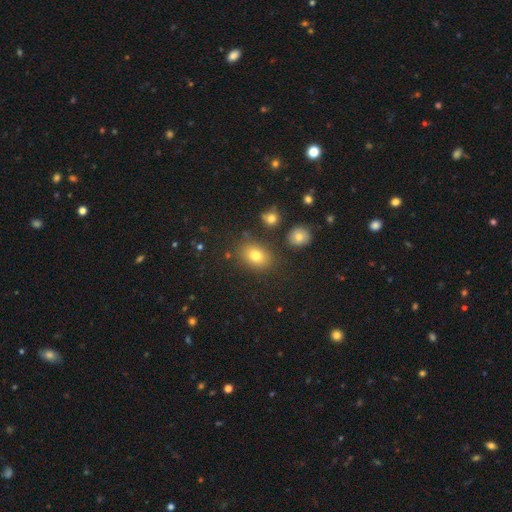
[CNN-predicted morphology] A smooth galaxy with no disk features (77%) that is in between round and cigar-shaped (69%).

Vote fractions:
- Smooth or featured? smooth: 77% / star or artifact: 13% / featured or disk: 10%
- How rounded? in between: 69% / round: 30% / cigar-shaped: 1%
- Merging? none: 80% / minor disturbance: 11% / merger: 5% / major disturbance: 4%